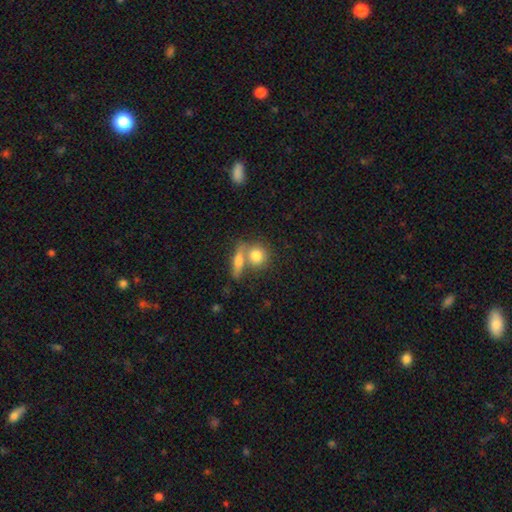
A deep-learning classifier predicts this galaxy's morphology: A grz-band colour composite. It shows a smooth galaxy with no disk features (78%) that is round (68%). Merging: merger (44%).